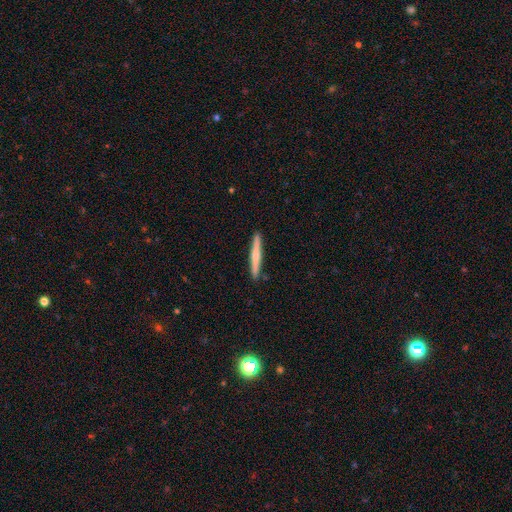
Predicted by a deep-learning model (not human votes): Smooth or featured? smooth (51%)
How rounded? cigar-shaped (96%)
Merging? none (91%)